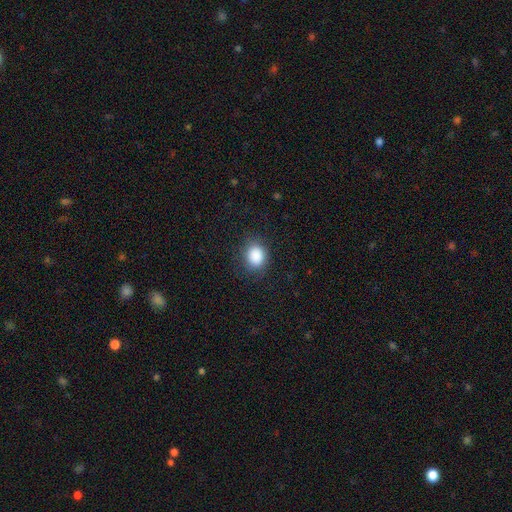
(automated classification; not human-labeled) Smooth or featured? smooth (87%)
How rounded? round (60%)
Merging? none (83%)